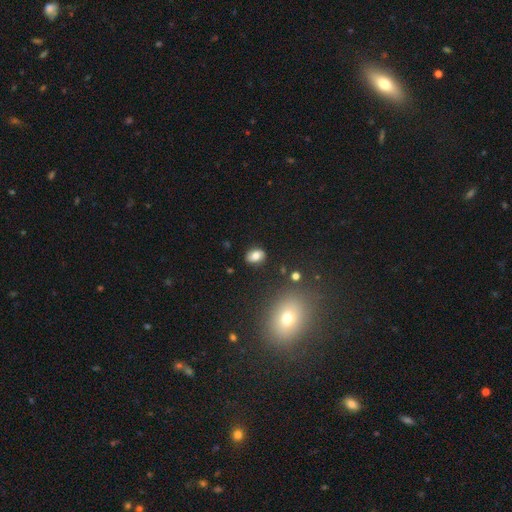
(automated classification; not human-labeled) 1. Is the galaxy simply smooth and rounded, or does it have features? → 74% smooth, 15% featured or disk, 11% star or artifact.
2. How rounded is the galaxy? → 72% in between, 26% round, 2% cigar-shaped.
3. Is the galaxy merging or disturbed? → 82% none, 13% minor disturbance, 3% major disturbance, 2% merger.